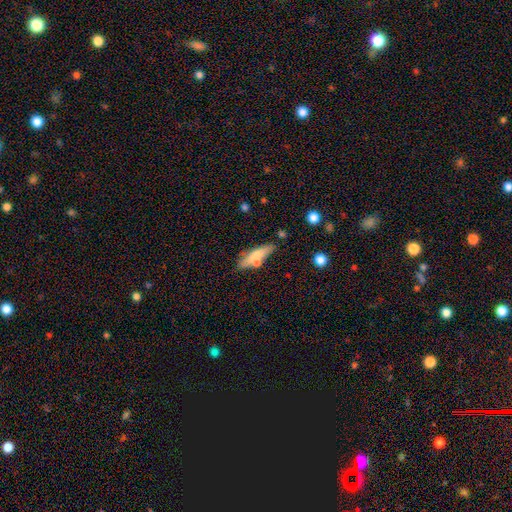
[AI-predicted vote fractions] A smooth galaxy with no disk features (61%) that is cigar-shaped (67%). Merging: none (61%).